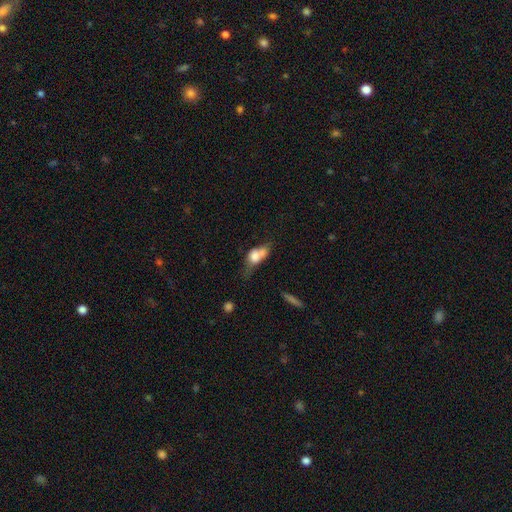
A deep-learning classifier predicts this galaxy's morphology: A smooth galaxy with no disk features (64%) that is in between round and cigar-shaped (65%). Merging: merger (42%).